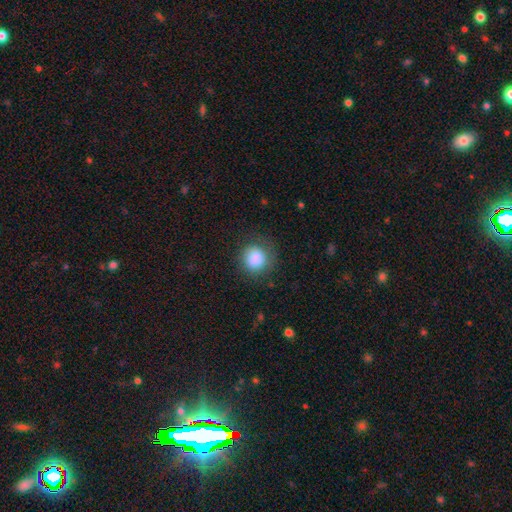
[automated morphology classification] This is clearly a smooth galaxy (86%). How rounded: clearly round (86%). Merging: likely none (76%).